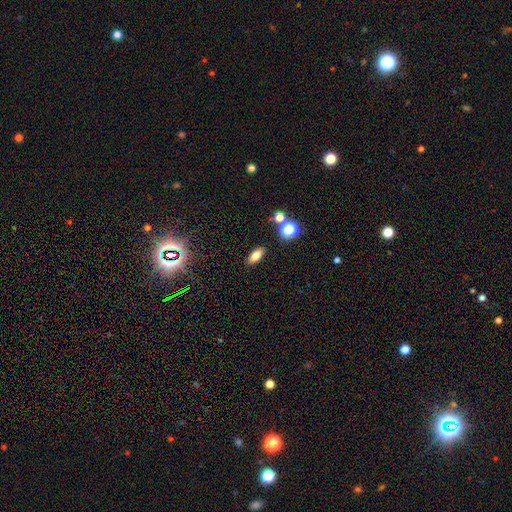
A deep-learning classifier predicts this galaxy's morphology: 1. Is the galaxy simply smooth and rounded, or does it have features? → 74% smooth, 13% featured or disk, 13% star or artifact.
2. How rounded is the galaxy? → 78% in between, 15% cigar-shaped, 6% round.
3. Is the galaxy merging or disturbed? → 87% none, 8% minor disturbance, 2% merger, 2% major disturbance.